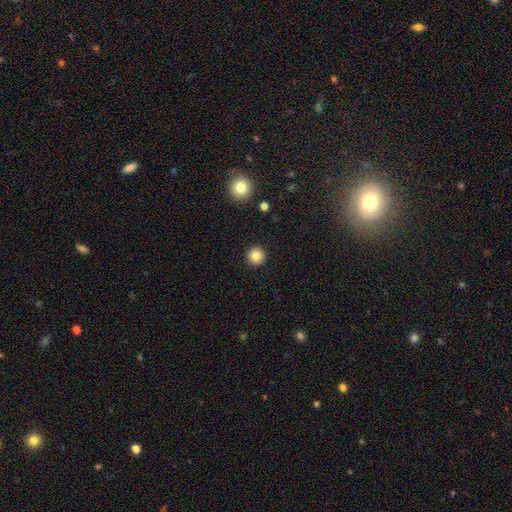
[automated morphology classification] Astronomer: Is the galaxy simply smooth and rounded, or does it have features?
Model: smooth — 83%.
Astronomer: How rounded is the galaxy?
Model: round — 96%.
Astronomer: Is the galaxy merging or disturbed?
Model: none — 93%.